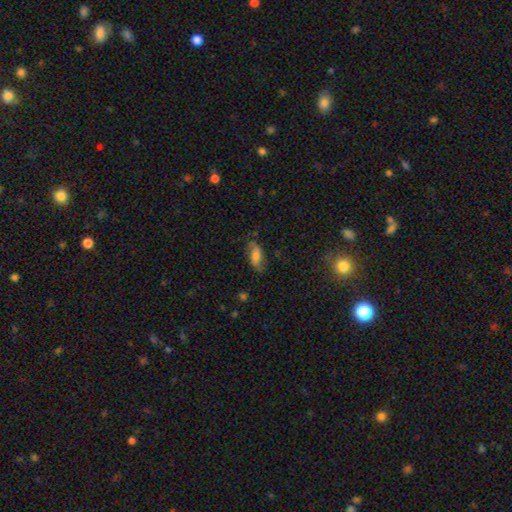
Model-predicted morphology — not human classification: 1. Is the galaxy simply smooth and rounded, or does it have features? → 60% smooth, 32% featured or disk, 8% star or artifact.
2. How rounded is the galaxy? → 79% in between, 17% cigar-shaped, 4% round.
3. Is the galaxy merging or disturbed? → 68% none, 22% minor disturbance, 8% major disturbance, 2% merger.